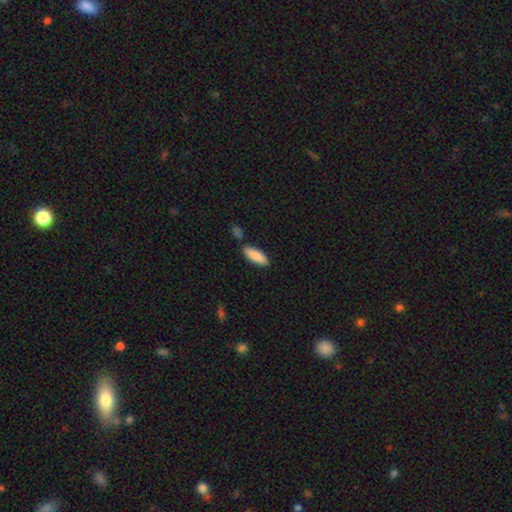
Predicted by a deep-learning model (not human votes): Morphology: type=smooth (87%); roundness=in between (70%); merging=none (76%).